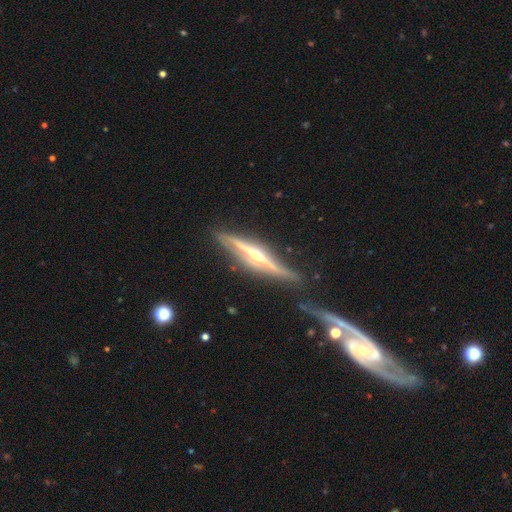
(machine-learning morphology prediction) The model was most divided on "merging": none: 80%, minor disturbance: 14%, major disturbance: 4%, merger: 3%. More confident: edge-on disk — yes (97%); edge-on bulge — rounded (93%); smooth or featured — featured or disk (85%).